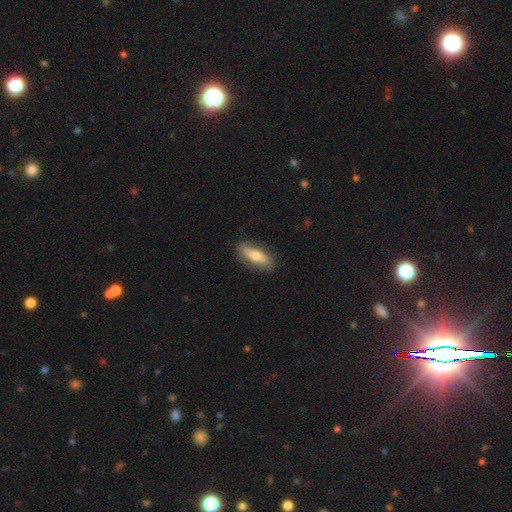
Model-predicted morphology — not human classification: Smooth or featured?
  - smooth: 54% *
  - featured or disk: 40%
  - star or artifact: 6%
How rounded?
  - in between: 64% *
  - cigar-shaped: 32%
  - round: 3%
Merging?
  - none: 83% *
  - minor disturbance: 13%
  - major disturbance: 3%
  - merger: 1%